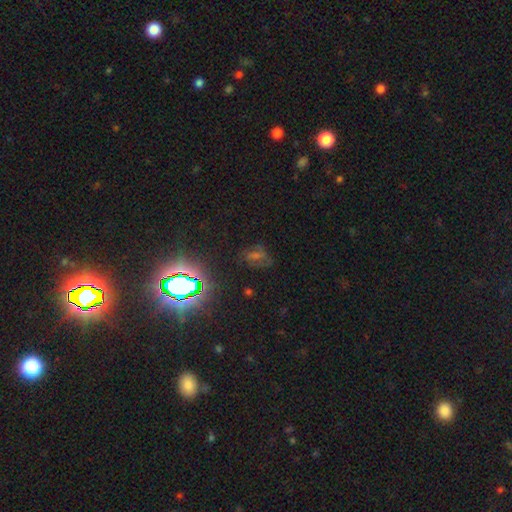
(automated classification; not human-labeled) A star or artifact, not a galaxy (54%).

Vote fractions:
- Smooth or featured? star or artifact: 54% / smooth: 26% / featured or disk: 20%